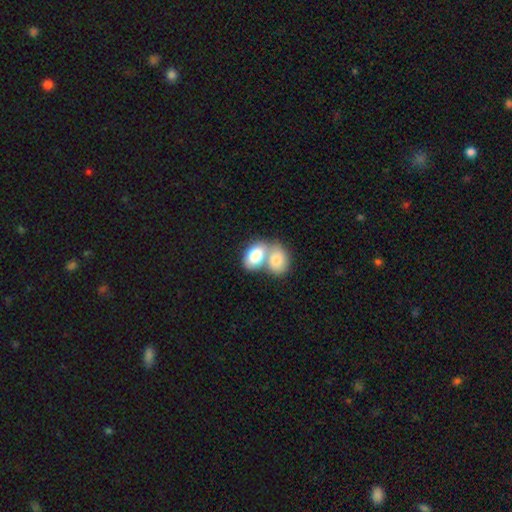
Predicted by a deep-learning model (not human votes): This appears to be a smooth galaxy with no disk features (79%) that is in between round and cigar-shaped (84%). Merging: merger (70%).